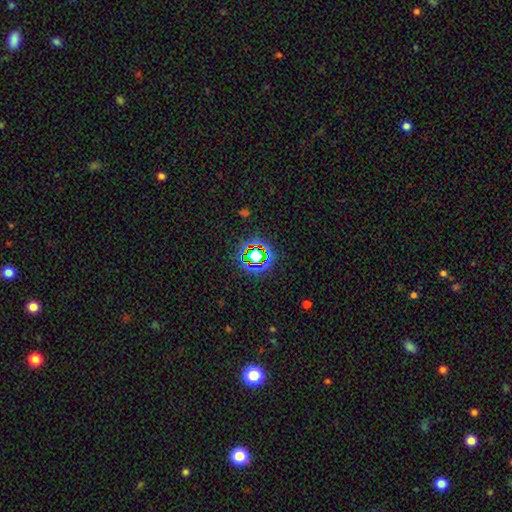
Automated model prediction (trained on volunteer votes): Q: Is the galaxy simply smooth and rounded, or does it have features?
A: star or artifact — 68%.